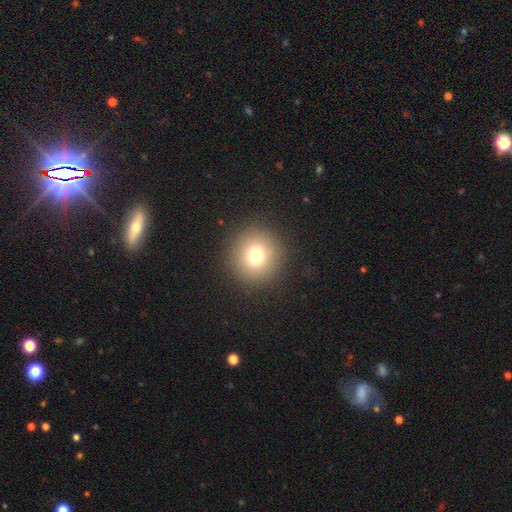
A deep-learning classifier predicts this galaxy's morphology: smooth_or_featured: smooth (p=0.76) [alt: star or artifact p=0.14]
how_rounded: round (p=0.95) [alt: in between p=0.04]
merging: none (p=0.91) [alt: minor disturbance p=0.05]